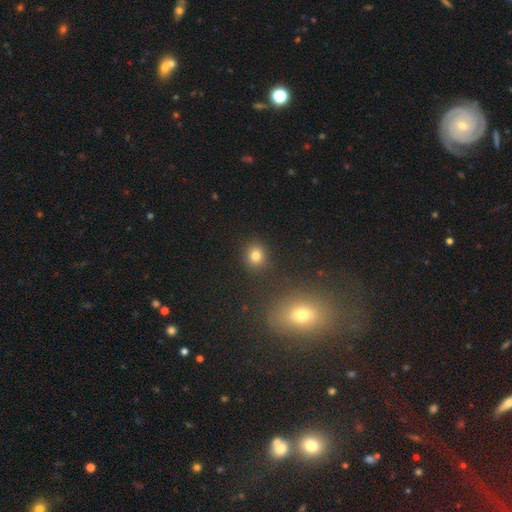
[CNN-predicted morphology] Smooth or featured: smooth — 80% (star or artifact — 14%)
How rounded: round — 78% (in between — 21%)
Merging: none — 86% (minor disturbance — 8%)